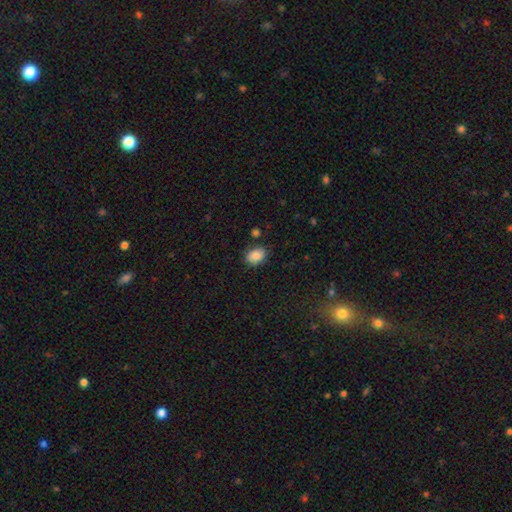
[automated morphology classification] Smooth or featured: smooth — 86% (star or artifact — 8%)
How rounded: in between — 71% (round — 28%)
Merging: none — 79% (minor disturbance — 14%)